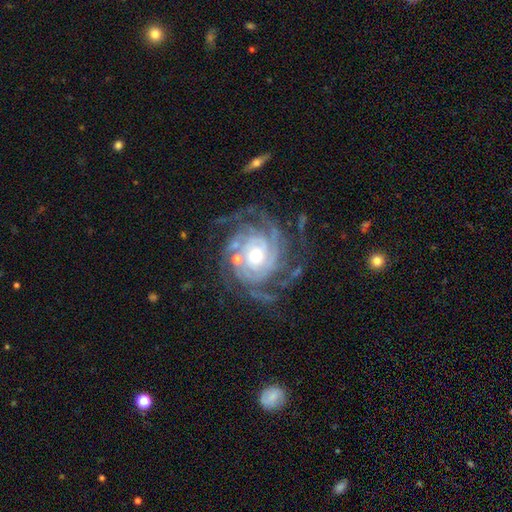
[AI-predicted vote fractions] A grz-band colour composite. It shows a featured or disk galaxy (91%) with no bar (74%), 4 (25%) tight (73%) spiral arms (98%) and a moderate central bulge (60%). Merging: none (67%).